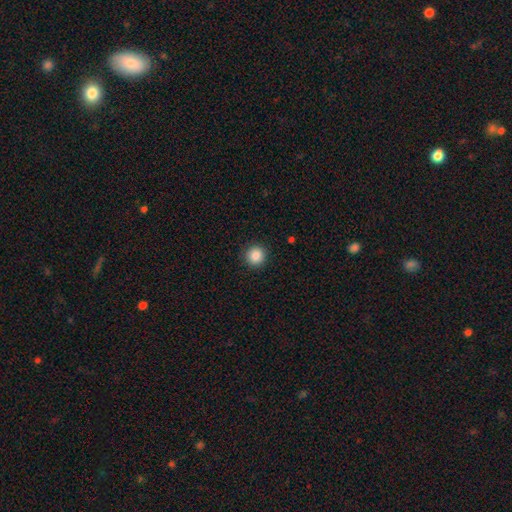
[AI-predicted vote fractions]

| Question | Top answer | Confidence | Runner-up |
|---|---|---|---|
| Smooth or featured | smooth | 87% | star or artifact (9%) |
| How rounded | round | 94% | in between (5%) |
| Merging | none | 92% | minor disturbance (5%) |